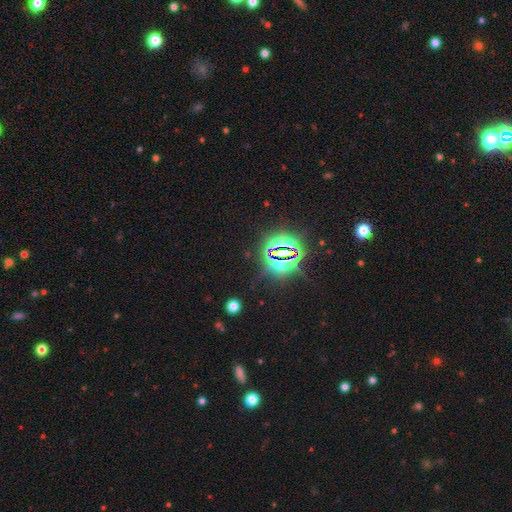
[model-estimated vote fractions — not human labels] Morphology: type=star or artifact (82%).